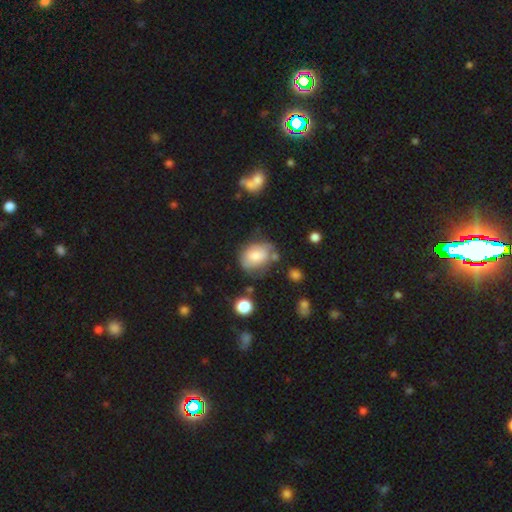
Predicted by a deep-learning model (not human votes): Smooth or featured? Predicted: smooth (p=0.64). How rounded? Predicted: in between (p=0.61). Merging? Predicted: none (p=0.51).